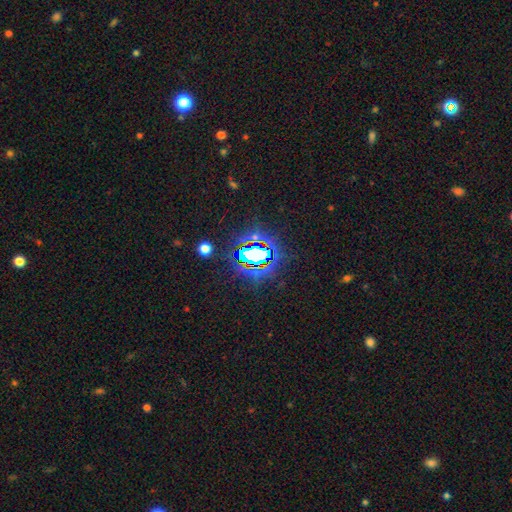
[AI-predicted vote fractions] This appears to be a star or artifact, not a galaxy (70%).